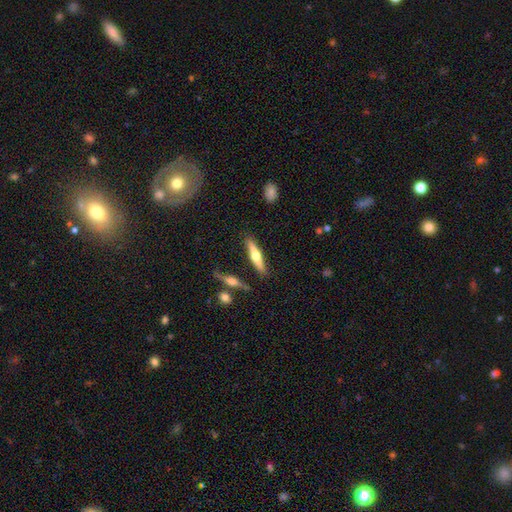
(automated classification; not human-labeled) featured or disk 56%, smooth 38%, star or artifact 6%. Down the decision tree: edge-on disk — yes (95%); edge-on bulge — rounded (93%); merging — none (84%).